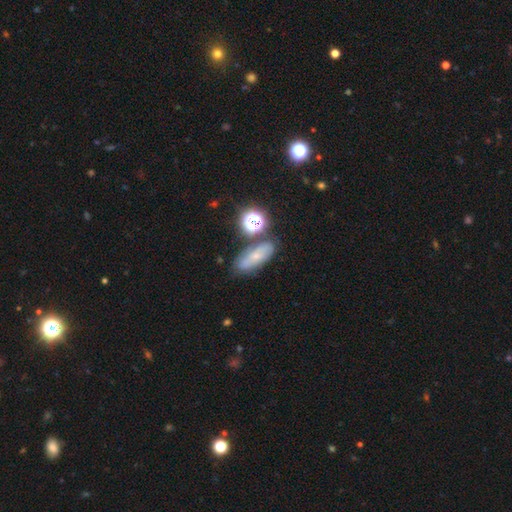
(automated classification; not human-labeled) A smooth galaxy with no disk features (49%). Merging: none (67%).